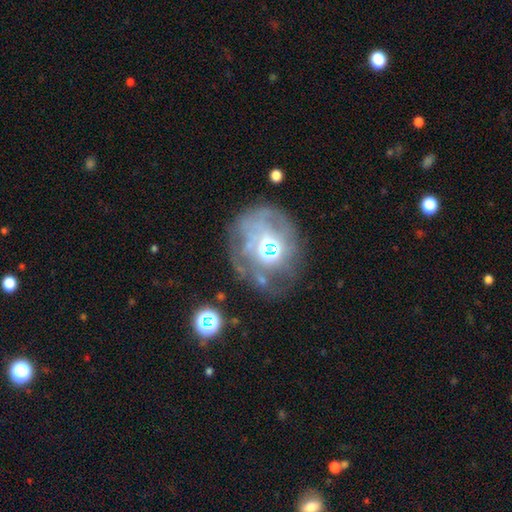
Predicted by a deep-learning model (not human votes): Smooth or featured?
  - featured or disk: 57% *
  - smooth: 22%
  - star or artifact: 20%
Edge-on disk?
  - no: 96% *
  - yes: 4%
Bar?
  - no: 75% *
  - weak: 18%
  - strong: 7%
Spiral arms?
  - no: 58% *
  - yes: 42%
Bulge size?
  - moderate: 50% *
  - small: 20%
  - large: 17%
  - none: 9%
  - dominant: 4%
Merging?
  - none: 53% *
  - major disturbance: 22%
  - minor disturbance: 19%
  - merger: 7%